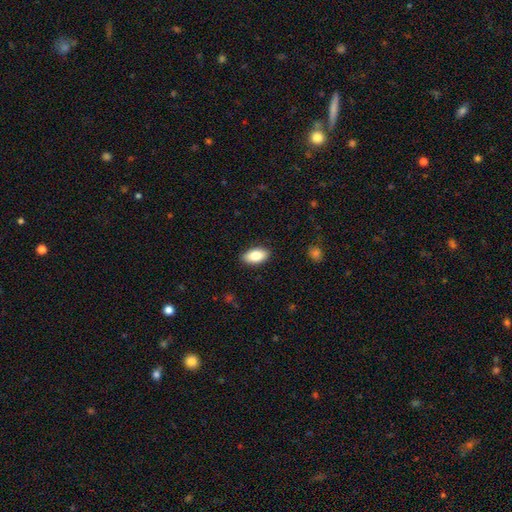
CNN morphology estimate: A smooth galaxy with no disk features (85%) that is in between round and cigar-shaped (93%).

Vote fractions:
- Smooth or featured? smooth: 85% / featured or disk: 8% / star or artifact: 7%
- How rounded? in between: 93% / cigar-shaped: 4% / round: 4%
- Merging? none: 88% / minor disturbance: 9% / major disturbance: 2% / merger: 1%